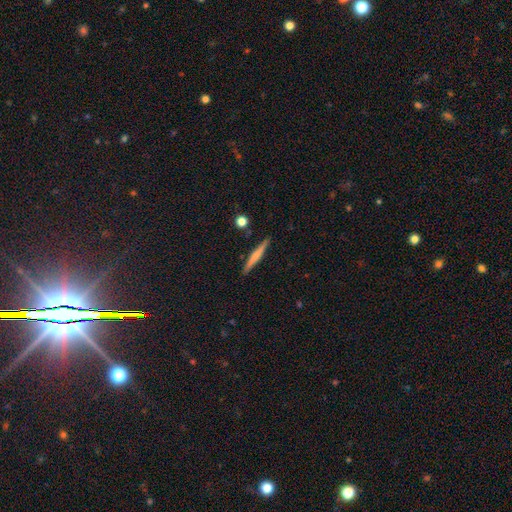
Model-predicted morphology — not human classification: Q: Smooth or featured?
A: smooth (55%); runner-up: featured or disk (39%)
Q: How rounded?
A: cigar-shaped (95%); runner-up: in between (4%)
Q: Merging?
A: none (89%); runner-up: minor disturbance (7%)